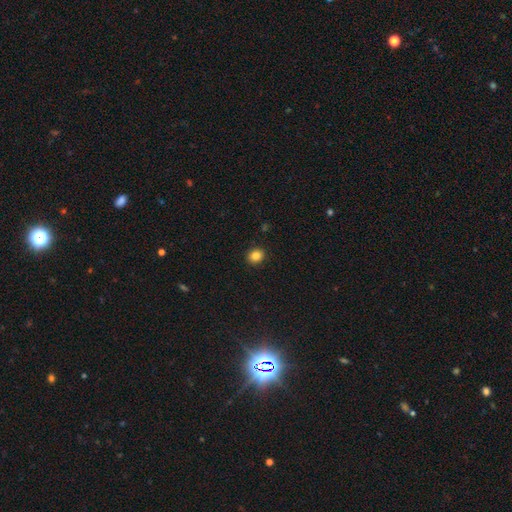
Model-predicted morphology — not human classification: The model was most divided on "how rounded": round: 67%, in between: 32%, cigar-shaped: 1%. More confident: merging — none (91%); smooth or featured — smooth (85%).